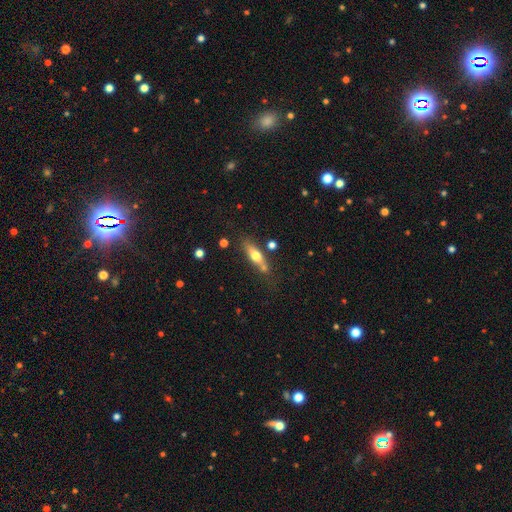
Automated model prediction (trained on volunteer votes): Smooth or featured? smooth (54%)
How rounded? cigar-shaped (54%)
Merging? none (66%)